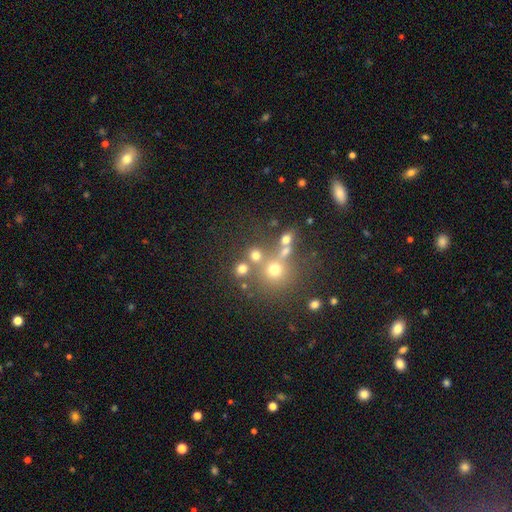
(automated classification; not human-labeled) A smooth galaxy with no disk features (69%) that is round (86%).

Vote fractions:
- Smooth or featured? smooth: 69% / star or artifact: 19% / featured or disk: 12%
- How rounded? round: 86% / in between: 13% / cigar-shaped: 1%
- Merging? none: 63% / merger: 23% / minor disturbance: 9% / major disturbance: 5%